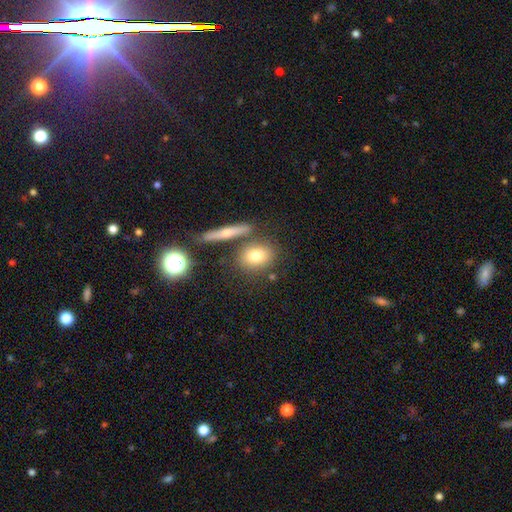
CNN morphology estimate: A smooth galaxy with no disk features (75%) that is in between round and cigar-shaped (48%). Merging: none (70%).